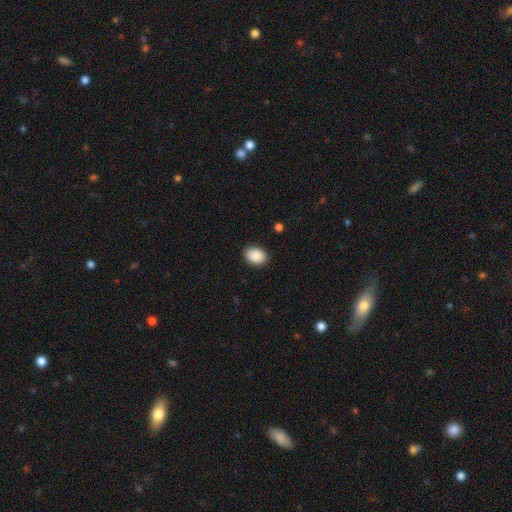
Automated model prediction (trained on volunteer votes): The model was most divided on "how rounded": in between: 75%, round: 24%, cigar-shaped: 1%. More confident: smooth or featured — smooth (90%); merging — none (89%).